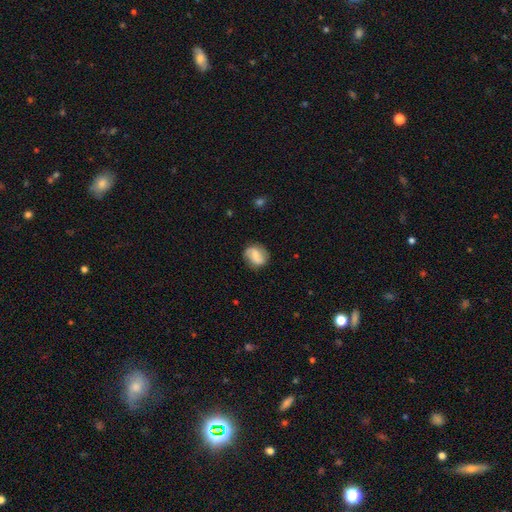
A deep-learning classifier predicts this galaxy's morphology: The model was most divided on "smooth or featured": smooth: 47%, featured or disk: 44%, star or artifact: 8%. More confident: merging — none (77%).